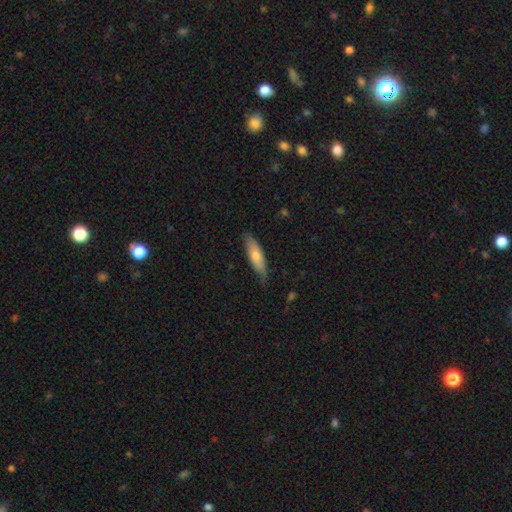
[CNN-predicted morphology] Overall: smooth (68%). How rounded: cigar-shaped (64%; in between 34%). Merging: none (78%).